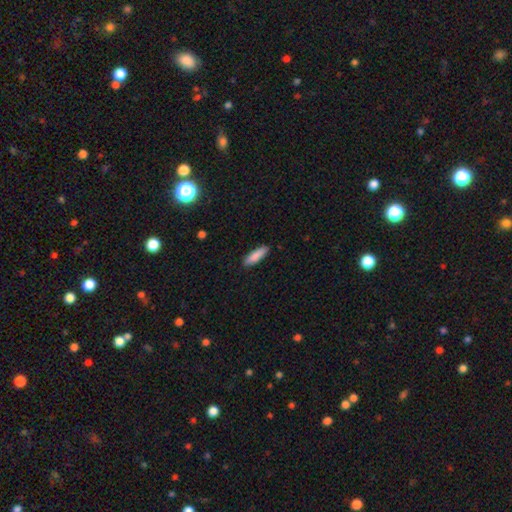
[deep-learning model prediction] This appears to be a smooth galaxy with no disk features (87%) that is cigar-shaped (63%). Merging: none (89%).